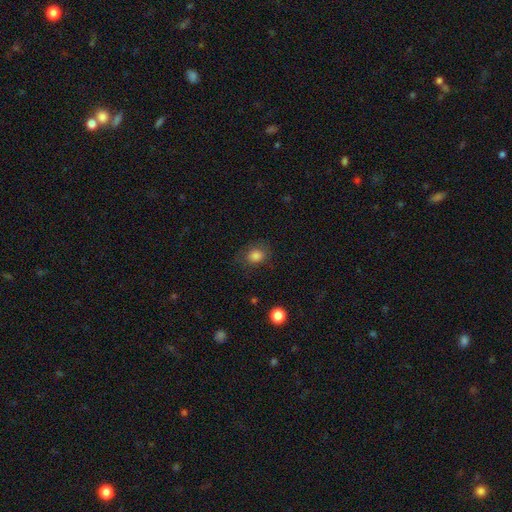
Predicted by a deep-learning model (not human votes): Morphology: type=smooth (83%); roundness=round (56%); merging=none (73%).